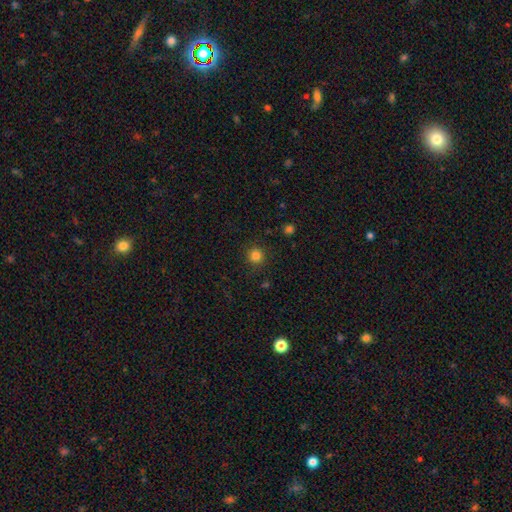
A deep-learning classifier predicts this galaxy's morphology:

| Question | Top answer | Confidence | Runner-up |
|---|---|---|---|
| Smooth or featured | smooth | 82% | star or artifact (13%) |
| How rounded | round | 94% | in between (5%) |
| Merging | none | 90% | minor disturbance (7%) |